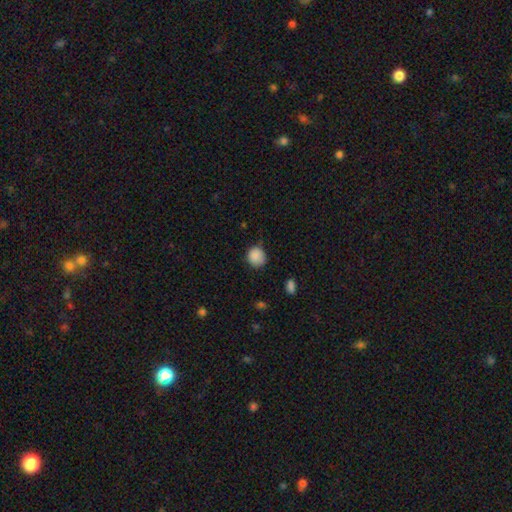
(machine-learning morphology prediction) Smooth or featured? Predicted: smooth (p=0.87). How rounded? Predicted: round (p=0.85). Merging? Predicted: none (p=0.71).